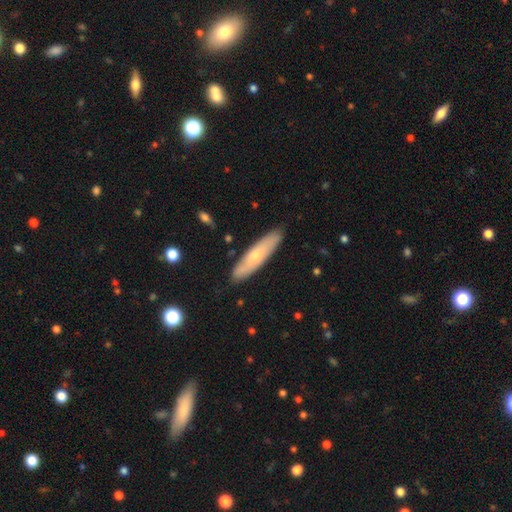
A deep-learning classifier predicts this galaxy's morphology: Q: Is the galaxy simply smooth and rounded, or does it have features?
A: smooth — 58%.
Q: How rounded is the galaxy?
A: cigar-shaped — 75%.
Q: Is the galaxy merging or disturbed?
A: none — 85%.